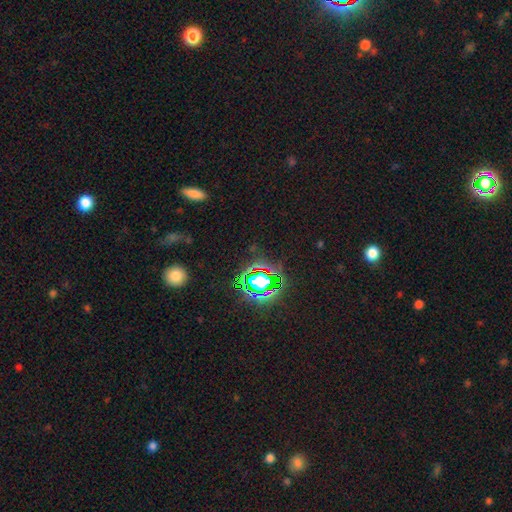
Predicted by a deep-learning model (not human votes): Q: Smooth or featured?
A: star or artifact (77%); runner-up: smooth (15%)